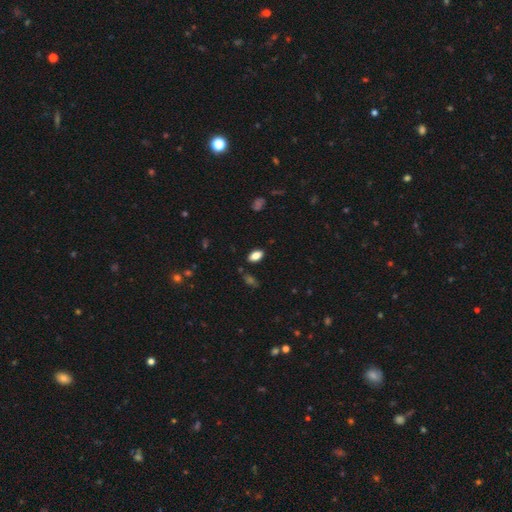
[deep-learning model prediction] smooth_or_featured: smooth (p=0.84) [alt: star or artifact p=0.09]
how_rounded: in between (p=0.92) [alt: cigar-shaped p=0.04]
merging: none (p=0.86) [alt: minor disturbance p=0.10]